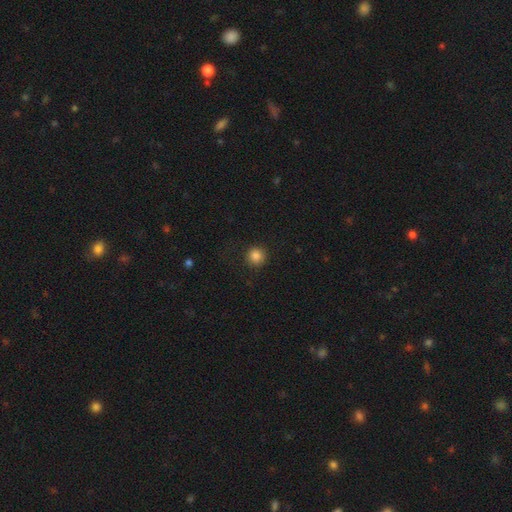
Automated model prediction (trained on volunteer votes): Smooth or featured? Predicted: smooth (p=0.85). How rounded? Predicted: round (p=0.94). Merging? Predicted: none (p=0.89).